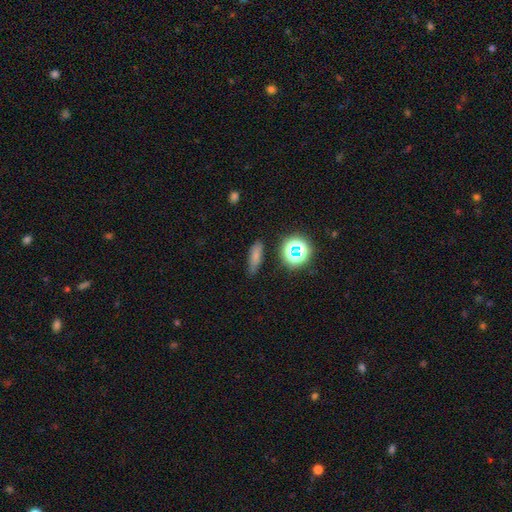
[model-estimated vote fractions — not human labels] smooth_or_featured: smooth (p=0.70) [alt: star or artifact p=0.19]
how_rounded: in between (p=0.56) [alt: cigar-shaped p=0.35]
merging: none (p=0.75) [alt: minor disturbance p=0.18]